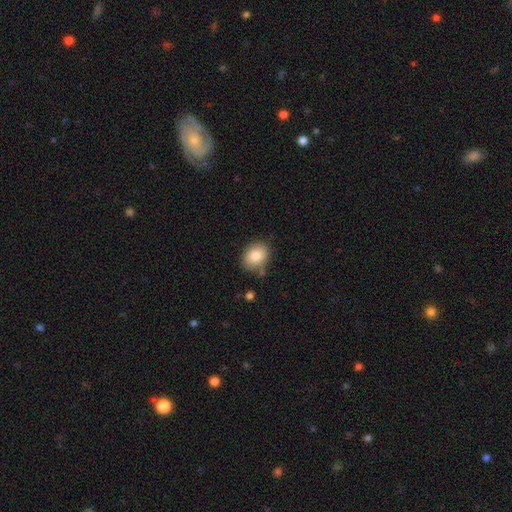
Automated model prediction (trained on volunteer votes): A smooth galaxy with no disk features (84%) that is in between round and cigar-shaped (53%).

Vote fractions:
- Smooth or featured? smooth: 84% / star or artifact: 8% / featured or disk: 8%
- How rounded? in between: 53% / round: 46% / cigar-shaped: 1%
- Merging? none: 77% / minor disturbance: 15% / merger: 4% / major disturbance: 3%